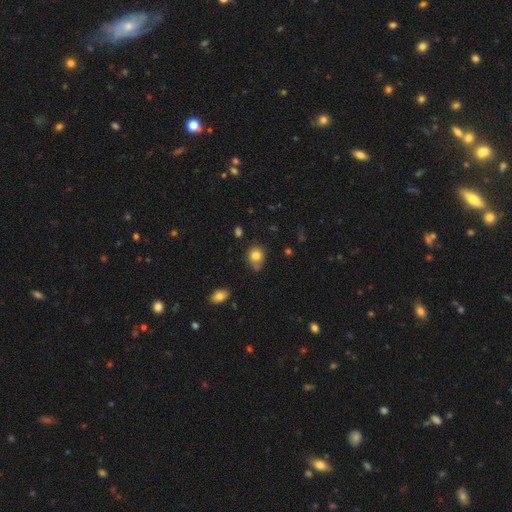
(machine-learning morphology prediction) Smooth or featured? smooth (81%)
How rounded? round (63%)
Merging? none (61%)